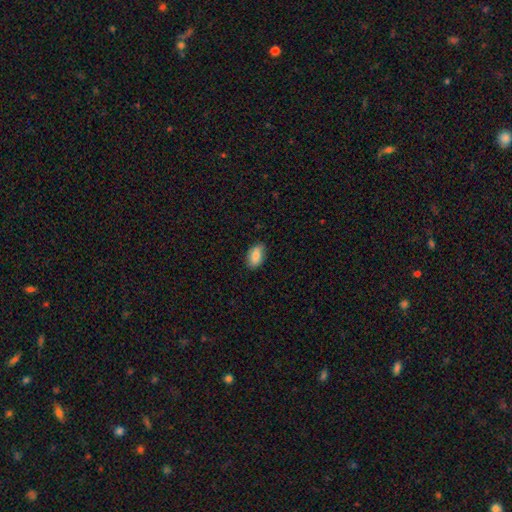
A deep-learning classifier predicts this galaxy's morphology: A smooth galaxy with no disk features (87%) that is in between round and cigar-shaped (92%).

Vote fractions:
- Smooth or featured? smooth: 87% / star or artifact: 7% / featured or disk: 7%
- How rounded? in between: 92% / round: 5% / cigar-shaped: 2%
- Merging? none: 82% / minor disturbance: 15% / major disturbance: 2% / merger: 1%